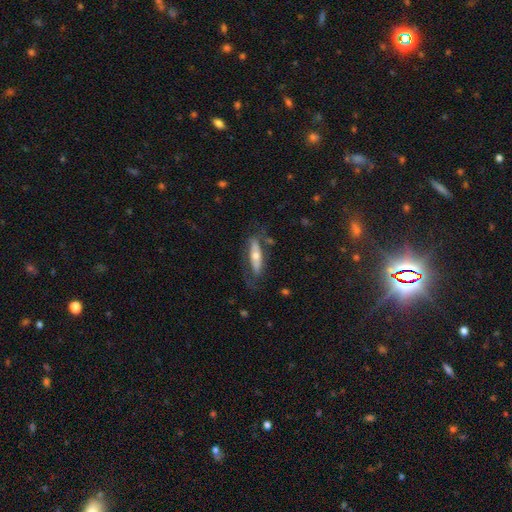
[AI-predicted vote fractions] Q: Smooth or featured?
A: featured or disk (49%); runner-up: smooth (45%)
Q: Merging?
A: none (63%); runner-up: minor disturbance (21%)